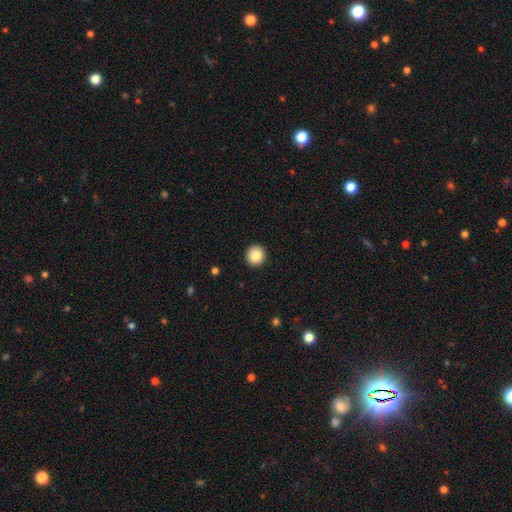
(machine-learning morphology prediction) Q: Smooth or featured?
A: smooth (84%); runner-up: star or artifact (9%)
Q: How rounded?
A: round (95%); runner-up: in between (4%)
Q: Merging?
A: none (93%); runner-up: minor disturbance (4%)